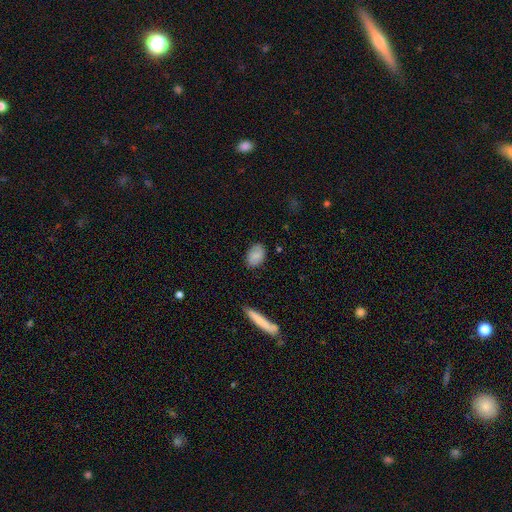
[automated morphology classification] Smooth or featured? Predicted: smooth (p=0.83). How rounded? Predicted: in between (p=0.86). Merging? Predicted: none (p=0.83).